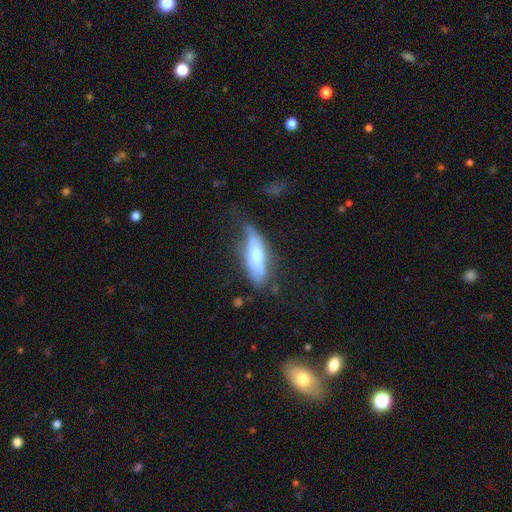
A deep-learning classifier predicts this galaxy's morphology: This is possibly a smooth galaxy (50%). Merging: possibly none (45%).